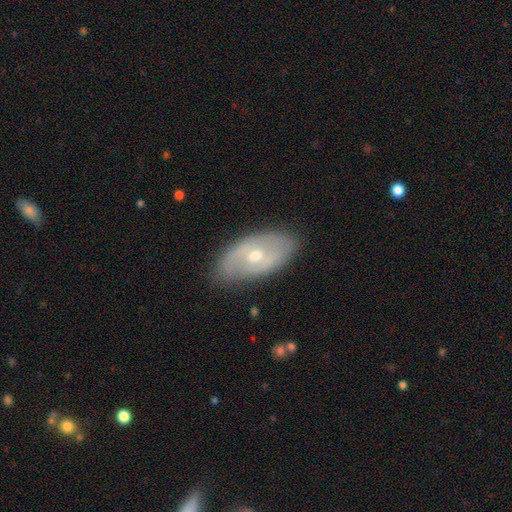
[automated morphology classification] This is likely a featured or disk galaxy (60%). It is clearly not viewed edge-on (88%). Bar: likely no (62%). Spiral arm pattern: possibly no (52%). Central bulge: likely moderate (68%). Merging: likely none (79%).